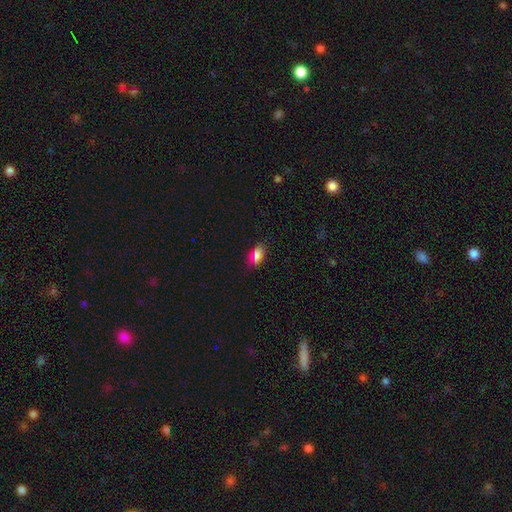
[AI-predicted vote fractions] smooth 74%, star or artifact 18%, featured or disk 8%. Down the decision tree: how rounded — in between (85%); merging — none (81%).